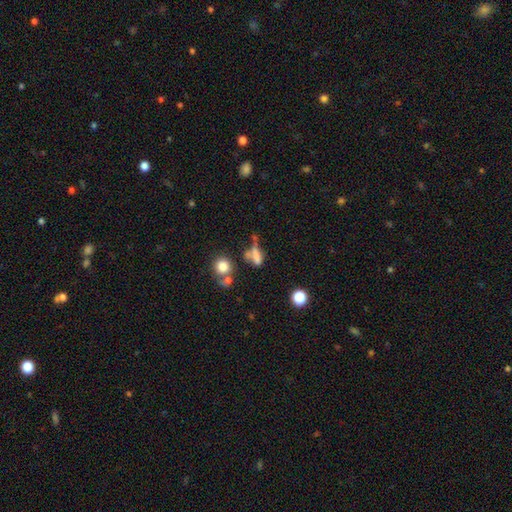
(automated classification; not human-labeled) Morphology: type=smooth (59%); roundness=in between (47%); merging=none (37%).